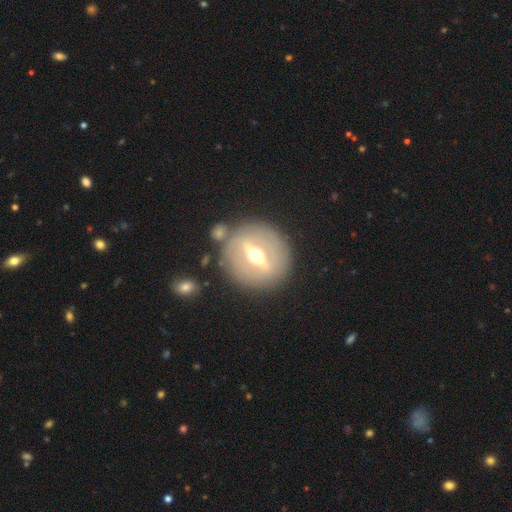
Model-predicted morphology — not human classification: This appears to be a featured or disk galaxy (77%). Merging: none (81%).